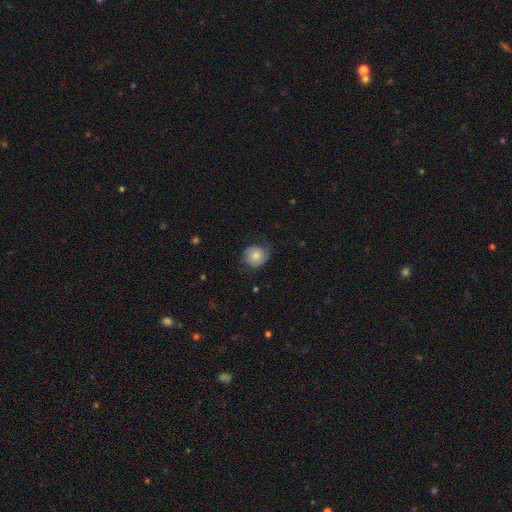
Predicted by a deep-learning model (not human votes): Smooth or featured? smooth (66%)
How rounded? round (81%)
Merging? none (62%)